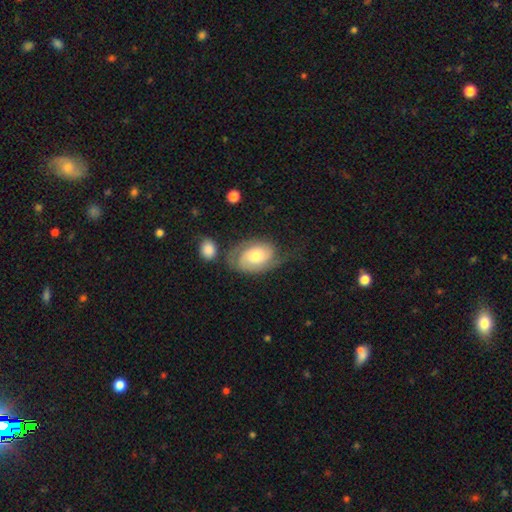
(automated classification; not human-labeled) A featured or disk galaxy (65%) with no bar (74%), 2 (69%) tight (47%) spiral arms (88%) and a moderate central bulge (57%). Merging: none (48%).